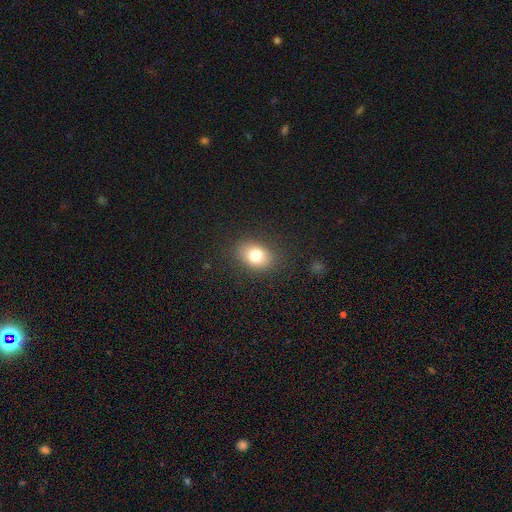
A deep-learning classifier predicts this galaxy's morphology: A smooth galaxy with no disk features (79%) that is in between round and cigar-shaped (71%). Merging: none (85%).